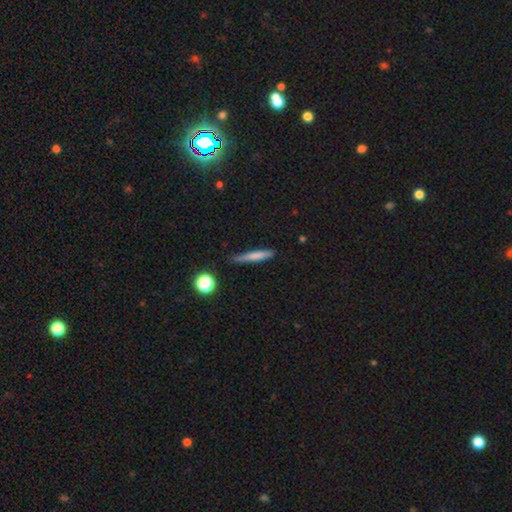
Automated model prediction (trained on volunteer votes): The model was most divided on "smooth or featured": smooth: 71%, featured or disk: 21%, star or artifact: 8%. More confident: how rounded — cigar-shaped (91%); merging — none (75%).